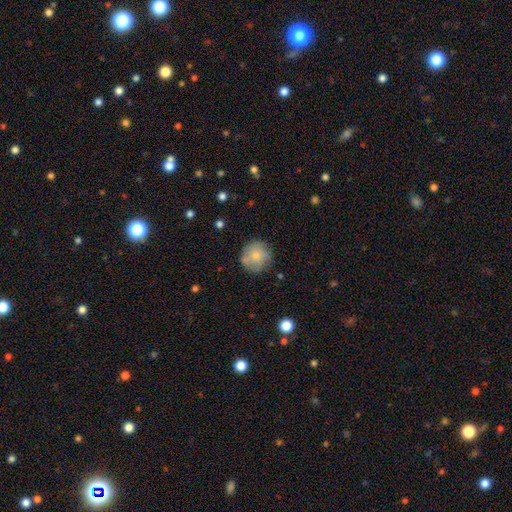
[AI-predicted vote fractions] A smooth galaxy with no disk features (66%) that is round (93%). Merging: none (75%).